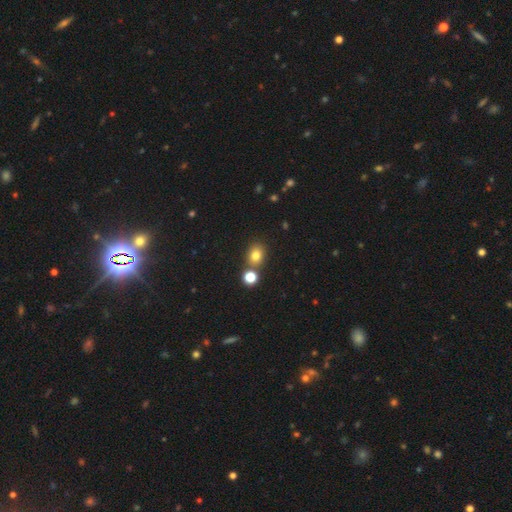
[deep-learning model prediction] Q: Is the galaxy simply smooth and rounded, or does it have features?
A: smooth — 79%.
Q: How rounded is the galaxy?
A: round — 58%.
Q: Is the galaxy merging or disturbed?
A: none — 70%.